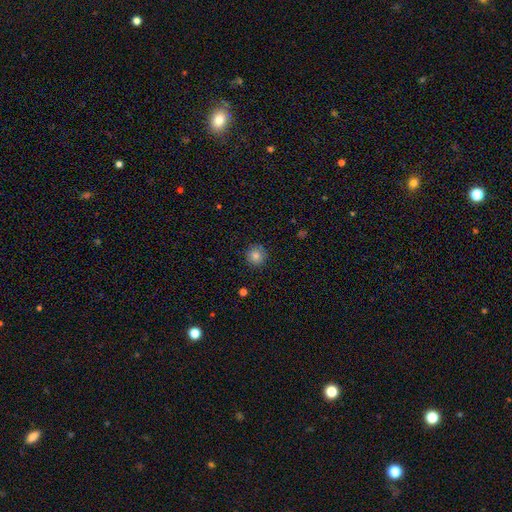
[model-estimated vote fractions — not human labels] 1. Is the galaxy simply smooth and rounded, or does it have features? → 84% smooth, 11% star or artifact, 6% featured or disk.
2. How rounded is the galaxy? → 94% round, 5% in between, 1% cigar-shaped.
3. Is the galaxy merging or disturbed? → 89% none, 8% minor disturbance, 2% major disturbance, 1% merger.